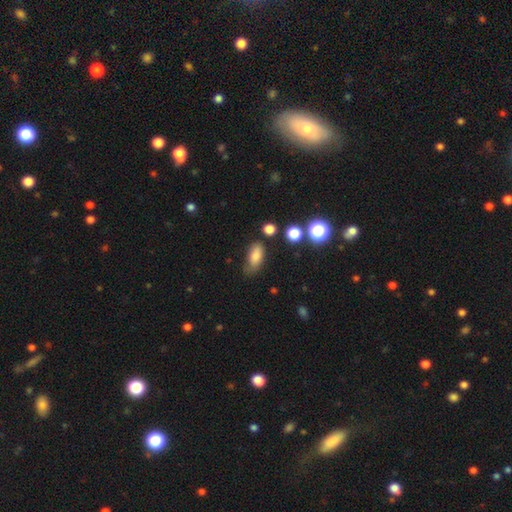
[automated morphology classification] Smooth or featured?
  - smooth: 81% *
  - star or artifact: 10%
  - featured or disk: 9%
How rounded?
  - in between: 84% *
  - cigar-shaped: 10%
  - round: 6%
Merging?
  - none: 62% *
  - minor disturbance: 27%
  - major disturbance: 7%
  - merger: 4%